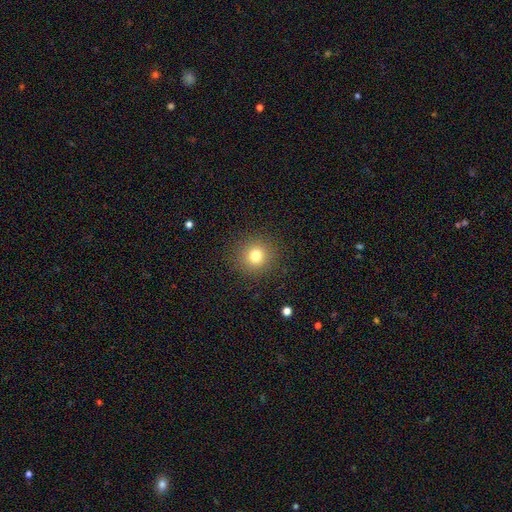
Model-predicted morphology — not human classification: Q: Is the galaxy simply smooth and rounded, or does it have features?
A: smooth — 78%.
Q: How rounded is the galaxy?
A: round — 93%.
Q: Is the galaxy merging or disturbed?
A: none — 90%.